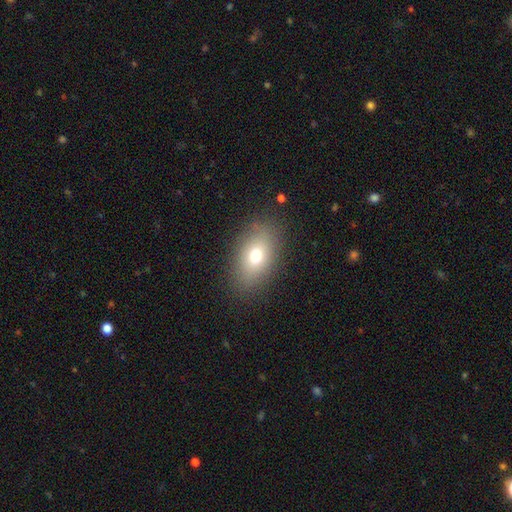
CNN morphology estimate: smooth_or_featured: smooth (p=0.71) [alt: featured or disk p=0.17]
how_rounded: in between (p=0.82) [alt: round p=0.15]
merging: none (p=0.84) [alt: minor disturbance p=0.10]